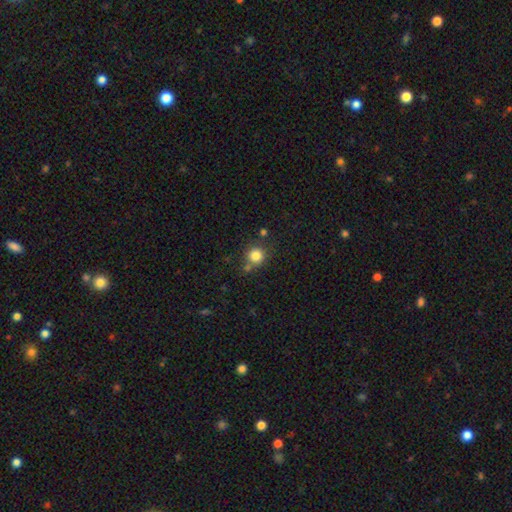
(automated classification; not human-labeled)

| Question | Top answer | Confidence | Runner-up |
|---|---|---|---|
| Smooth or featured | smooth | 82% | star or artifact (12%) |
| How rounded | round | 91% | in between (8%) |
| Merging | none | 70% | merger (15%) |